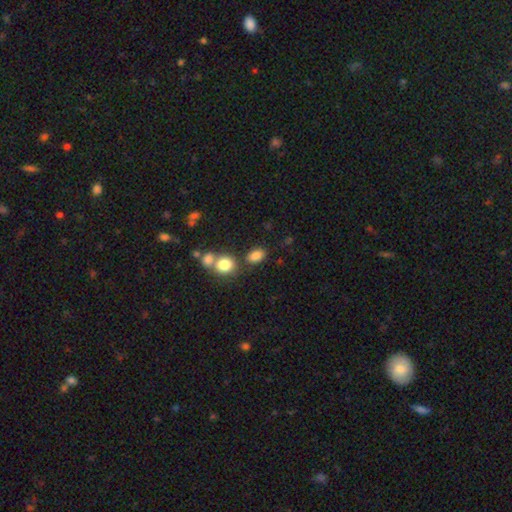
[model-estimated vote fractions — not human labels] This appears to be a smooth galaxy with no disk features (84%) that is in between round and cigar-shaped (78%). Merging: none (62%).